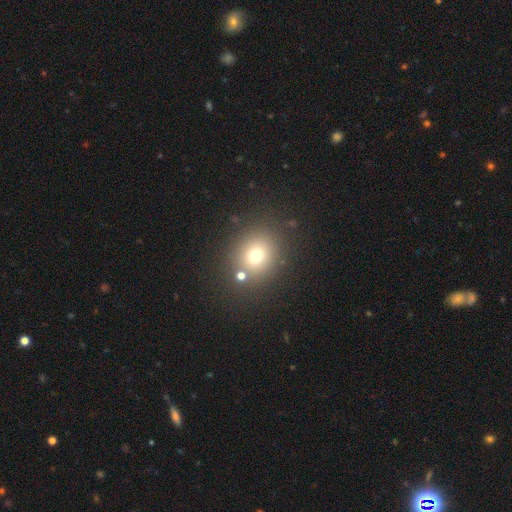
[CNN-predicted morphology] A smooth galaxy with no disk features (71%) that is round (76%).

Vote fractions:
- Smooth or featured? smooth: 71% / star or artifact: 18% / featured or disk: 11%
- How rounded? round: 76% / in between: 23% / cigar-shaped: 1%
- Merging? none: 78% / merger: 9% / minor disturbance: 9% / major disturbance: 4%